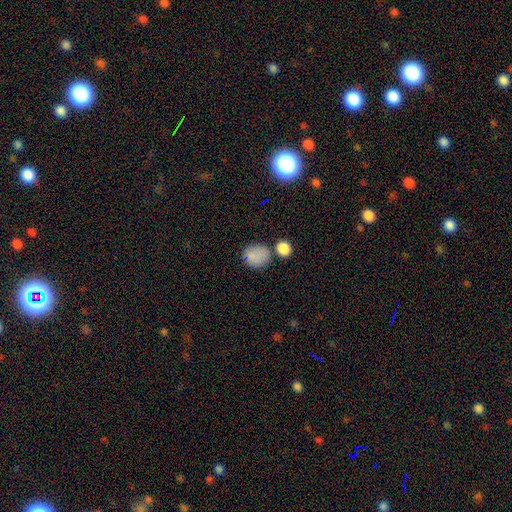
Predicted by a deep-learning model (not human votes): Morphology: type=smooth (84%); roundness=round (74%); merging=none (64%).